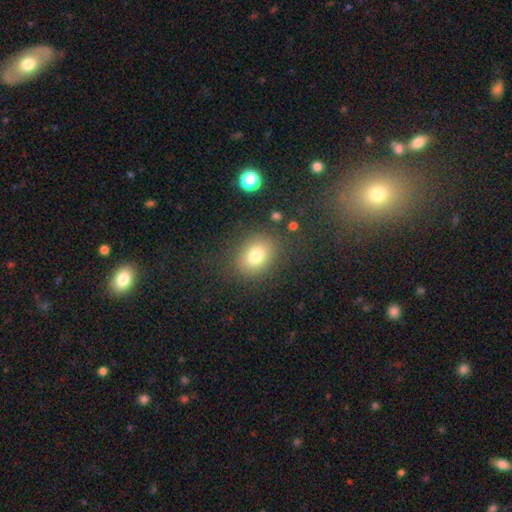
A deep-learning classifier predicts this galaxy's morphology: A smooth galaxy with no disk features (78%) that is in between round and cigar-shaped (58%). Merging: none (81%).